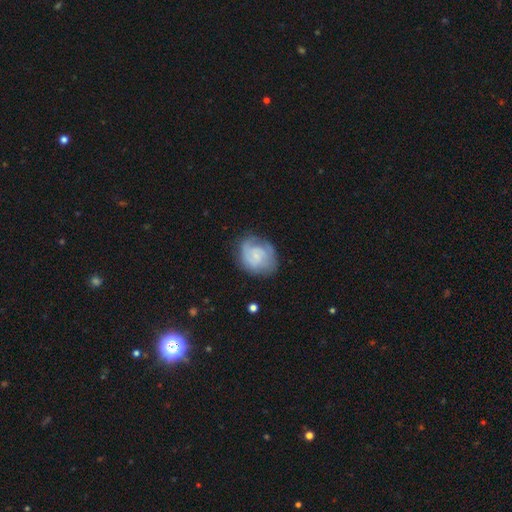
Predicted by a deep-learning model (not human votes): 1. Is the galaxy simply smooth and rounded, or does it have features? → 62% featured or disk, 31% smooth, 7% star or artifact.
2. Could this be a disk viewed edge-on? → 98% no, 2% yes.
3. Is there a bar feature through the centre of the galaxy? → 64% no, 31% weak, 5% strong.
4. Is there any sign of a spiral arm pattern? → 86% yes, 14% no.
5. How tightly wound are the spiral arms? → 50% tight, 37% medium, 13% loose.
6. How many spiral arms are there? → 39% 2, 33% can't tell, 13% 3, 9% 1, 4% 4, 3% more than 4.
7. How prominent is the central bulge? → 55% small, 27% none, 14% moderate, 3% large, 1% dominant.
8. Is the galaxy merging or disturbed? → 65% none, 22% minor disturbance, 12% major disturbance, 2% merger.